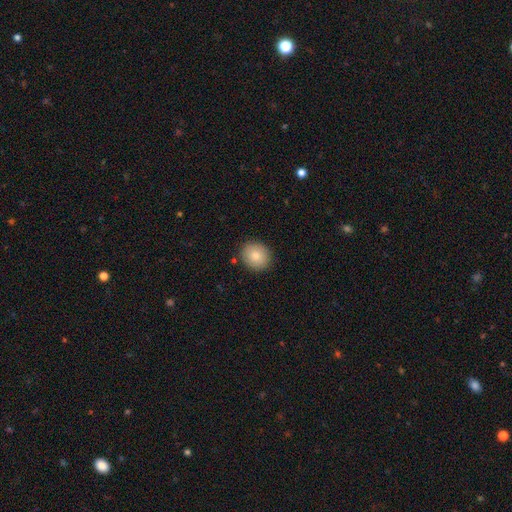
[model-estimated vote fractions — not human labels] Smooth or featured? Predicted: smooth (p=0.84). How rounded? Predicted: round (p=0.75). Merging? Predicted: none (p=0.88).